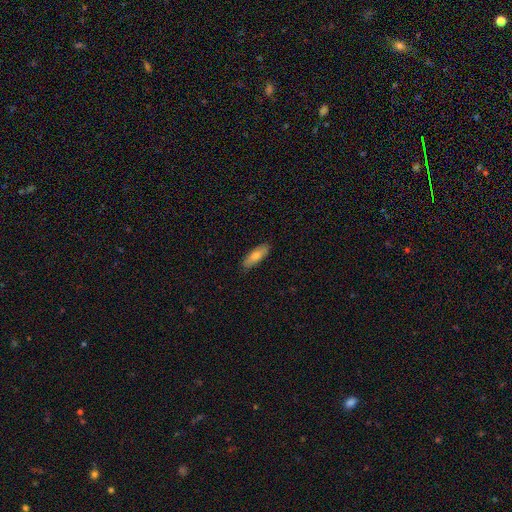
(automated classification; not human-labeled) Morphology: type=smooth (74%); roundness=in between (56%); merging=none (88%).